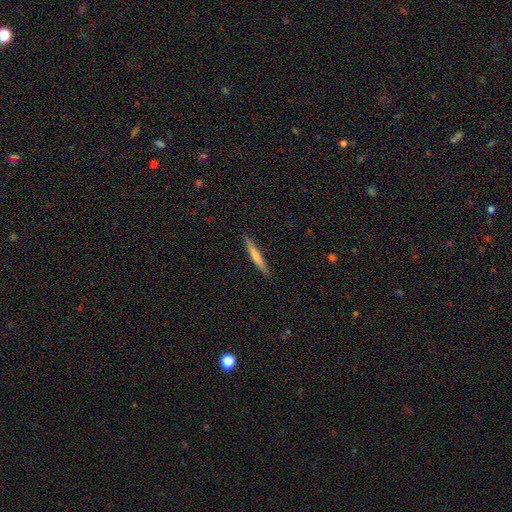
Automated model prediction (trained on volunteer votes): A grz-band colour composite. It shows a smooth galaxy with no disk features (60%) that is cigar-shaped (95%). Merging: none (90%).